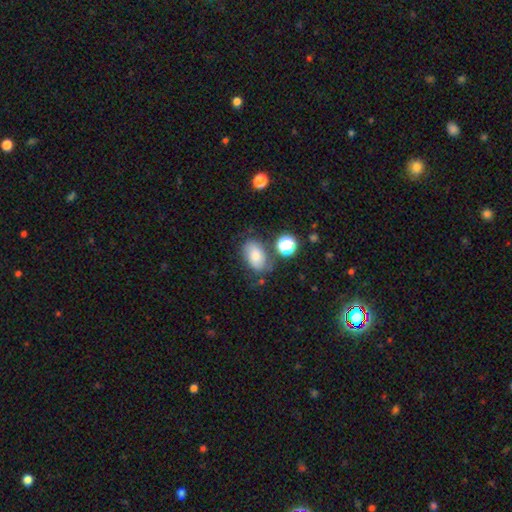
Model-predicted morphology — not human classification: A smooth galaxy with no disk features (74%) that is in between round and cigar-shaped (87%).

Vote fractions:
- Smooth or featured? smooth: 74% / featured or disk: 15% / star or artifact: 11%
- How rounded? in between: 87% / round: 11% / cigar-shaped: 2%
- Merging? none: 65% / minor disturbance: 20% / merger: 7% / major disturbance: 7%